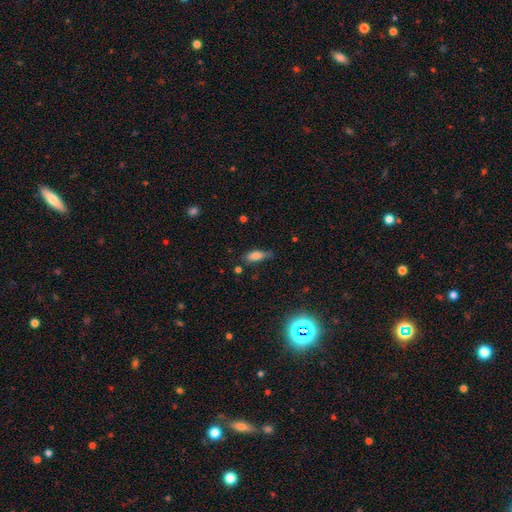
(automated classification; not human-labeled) Overall: smooth (78%). How rounded: in between (73%). Merging: none (61%; minor disturbance 29%).